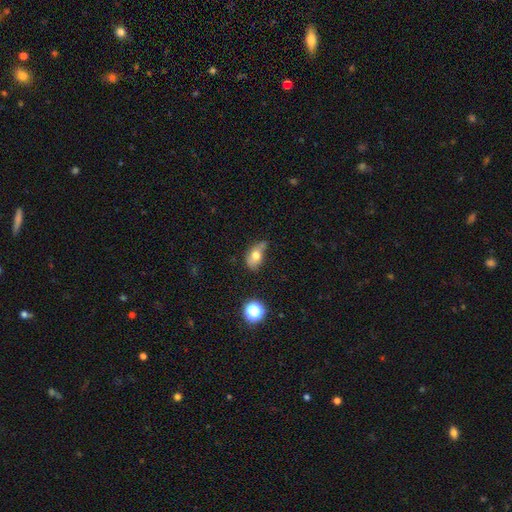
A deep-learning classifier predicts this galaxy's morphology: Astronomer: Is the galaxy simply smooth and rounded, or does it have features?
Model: smooth — 70%.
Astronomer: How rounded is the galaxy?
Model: in between — 81%.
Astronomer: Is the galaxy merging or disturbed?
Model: minor disturbance — 41% (runner-up: none, 35%).